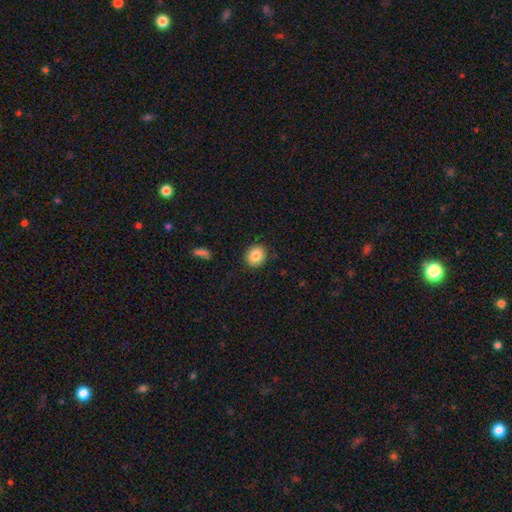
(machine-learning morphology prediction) Smooth or featured: smooth — 84% (star or artifact — 9%)
How rounded: round — 73% (in between — 26%)
Merging: none — 88% (minor disturbance — 8%)